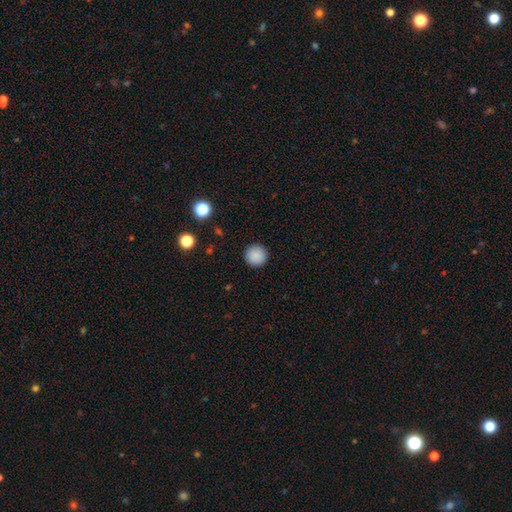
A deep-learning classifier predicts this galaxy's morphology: A smooth galaxy with no disk features (88%) that is round (96%).

Vote fractions:
- Smooth or featured? smooth: 88% / star or artifact: 9% / featured or disk: 3%
- How rounded? round: 96% / in between: 3% / cigar-shaped: 1%
- Merging? none: 92% / minor disturbance: 5% / major disturbance: 2% / merger: 1%